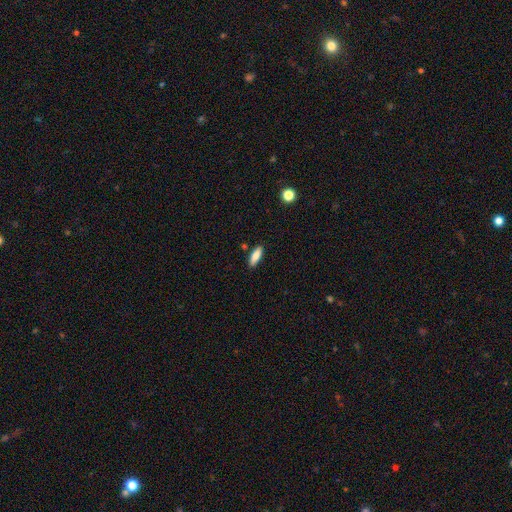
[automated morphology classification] A smooth galaxy with no disk features (83%) that is in between round and cigar-shaped (52%). Merging: none (86%).